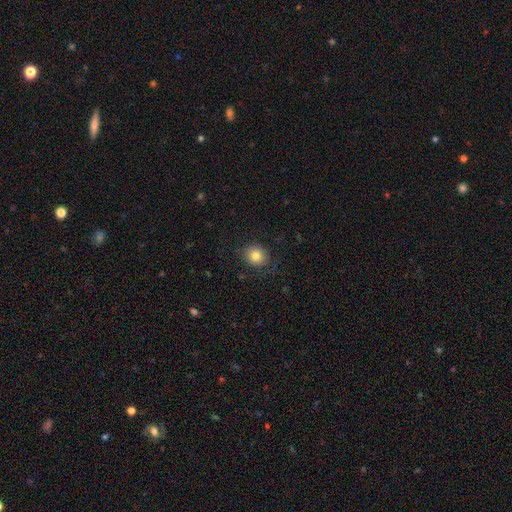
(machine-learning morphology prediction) Smooth or featured? Predicted: smooth (p=0.82). How rounded? Predicted: round (p=0.80). Merging? Predicted: none (p=0.84).